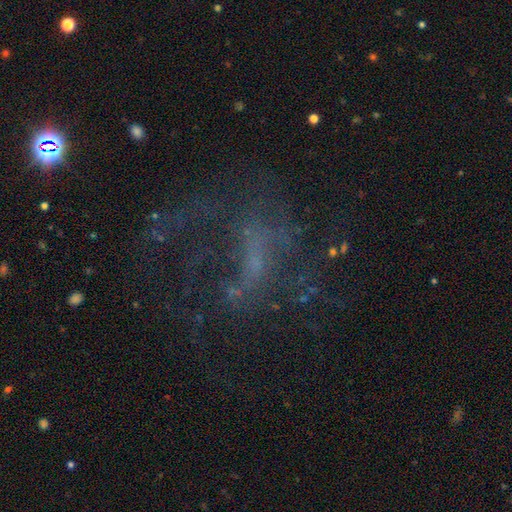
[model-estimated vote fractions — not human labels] The model was most divided on "merging": none: 42%, major disturbance: 39%, minor disturbance: 15%, merger: 5%. More confident: edge-on disk — no (95%); smooth or featured — featured or disk (50%).